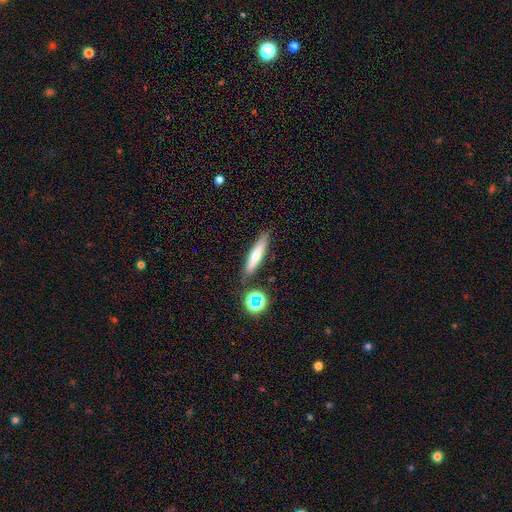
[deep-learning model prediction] The model was most divided on "smooth or featured": smooth: 59%, featured or disk: 32%, star or artifact: 10%. More confident: how rounded — cigar-shaped (84%); merging — none (83%).